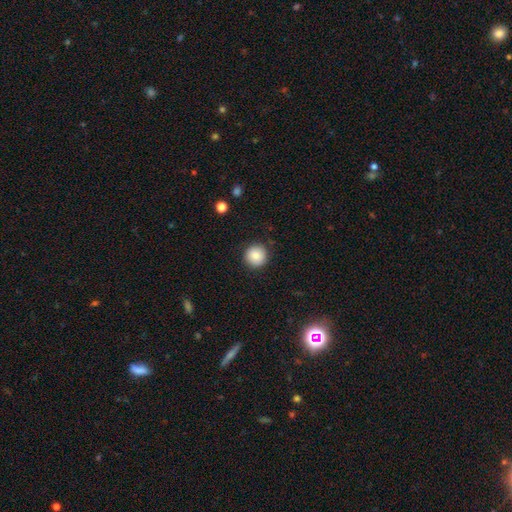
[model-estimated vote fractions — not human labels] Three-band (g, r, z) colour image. It shows a smooth galaxy with no disk features (85%) that is round (95%). Merging: none (89%).